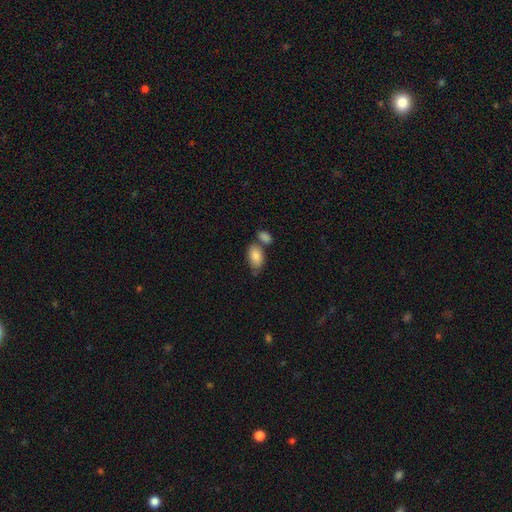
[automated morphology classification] smooth 85%, featured or disk 9%, star or artifact 7%. Down the decision tree: how rounded — in between (93%); merging — none (48%).